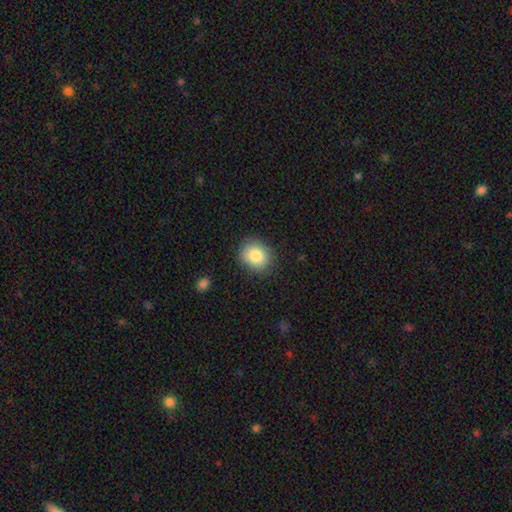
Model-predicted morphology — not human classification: smooth 83%, star or artifact 9%, featured or disk 8%. Down the decision tree: how rounded — round (67%); merging — none (85%).